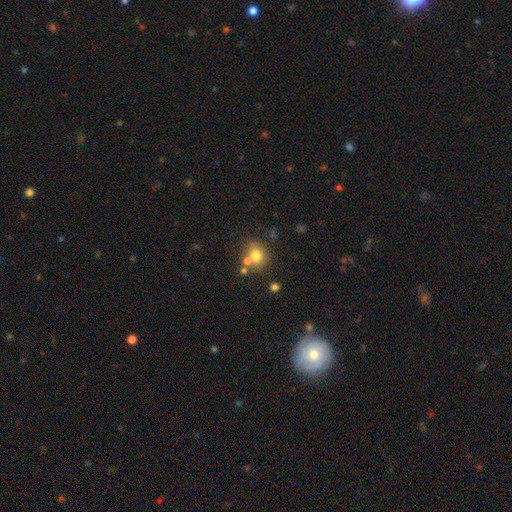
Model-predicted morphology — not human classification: A smooth galaxy with no disk features (74%) that is round (69%).

Vote fractions:
- Smooth or featured? smooth: 74% / featured or disk: 13% / star or artifact: 12%
- How rounded? round: 69% / in between: 30% / cigar-shaped: 1%
- Merging? none: 53% / merger: 27% / minor disturbance: 14% / major disturbance: 6%